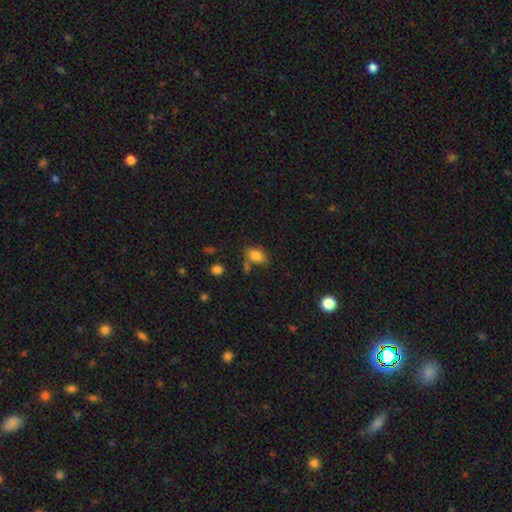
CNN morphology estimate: smooth 82%, star or artifact 10%, featured or disk 8%. Down the decision tree: how rounded — in between (81%); merging — none (63%).